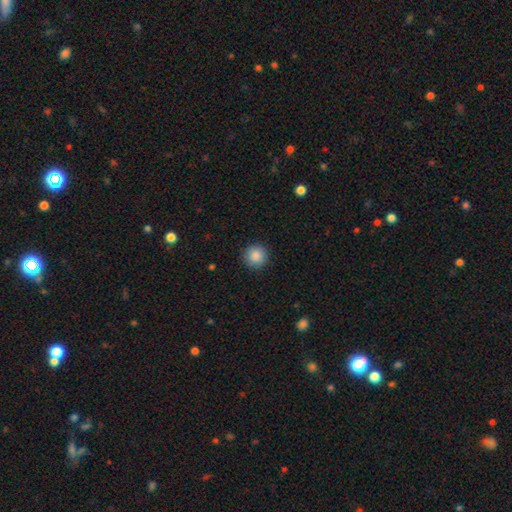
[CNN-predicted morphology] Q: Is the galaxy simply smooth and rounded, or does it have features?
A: smooth — 88%.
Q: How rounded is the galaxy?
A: round — 94%.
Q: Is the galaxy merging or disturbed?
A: none — 91%.